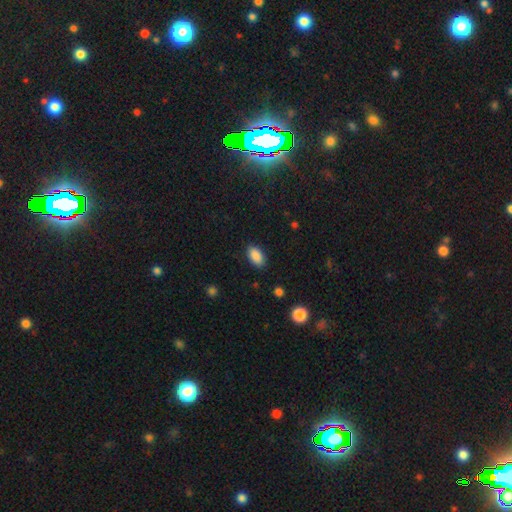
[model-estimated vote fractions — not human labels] smooth_or_featured: smooth (p=0.89) [alt: star or artifact p=0.07]
how_rounded: in between (p=0.93) [alt: round p=0.05]
merging: none (p=0.86) [alt: minor disturbance p=0.11]